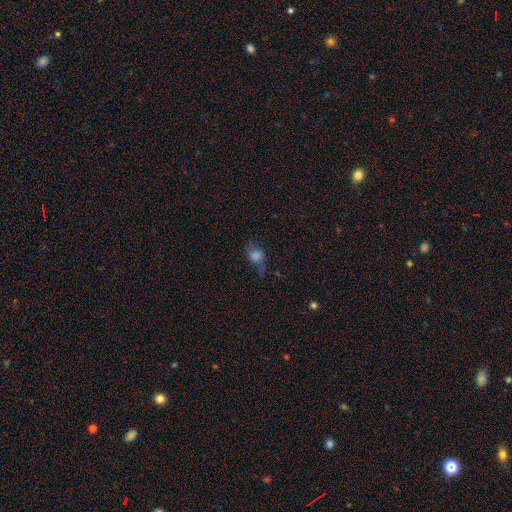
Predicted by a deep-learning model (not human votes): smooth-or-featured: smooth: 64% | featured or disk: 21% | star or artifact: 15%
  how-rounded: round: 52% | in between: 46% | cigar-shaped: 3%
  merging: none: 49% | minor disturbance: 27% | major disturbance: 20% | merger: 3%